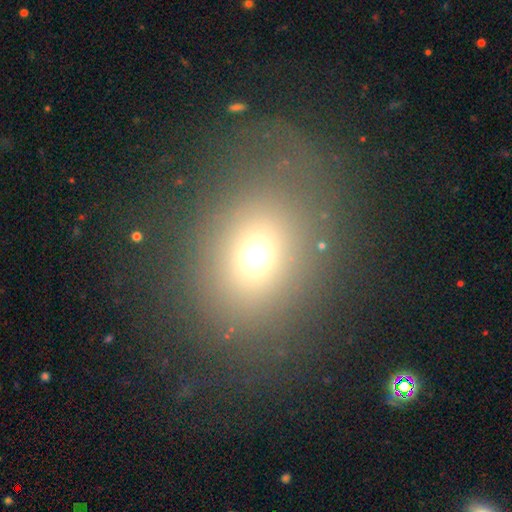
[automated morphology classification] A smooth galaxy with no disk features (68%) that is round (66%).

Vote fractions:
- Smooth or featured? smooth: 68% / star or artifact: 22% / featured or disk: 10%
- How rounded? round: 66% / in between: 33% / cigar-shaped: 1%
- Merging? none: 79% / minor disturbance: 9% / major disturbance: 7% / merger: 4%